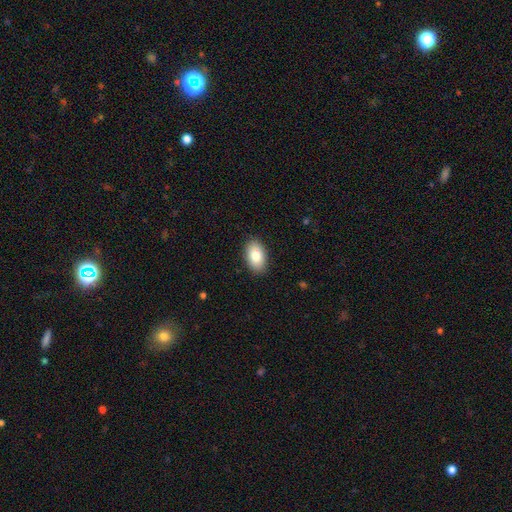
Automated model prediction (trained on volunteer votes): Smooth or featured? smooth (84%)
How rounded? in between (92%)
Merging? none (89%)